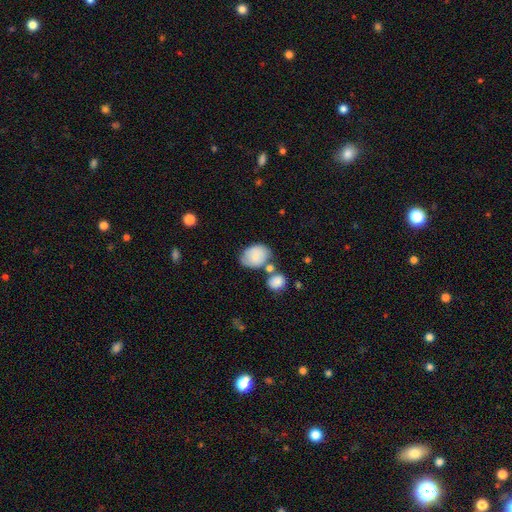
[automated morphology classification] smooth-or-featured: smooth: 73% | featured or disk: 20% | star or artifact: 8%
  how-rounded: in between: 65% | round: 34% | cigar-shaped: 1%
  merging: none: 54% | minor disturbance: 21% | merger: 19% | major disturbance: 6%